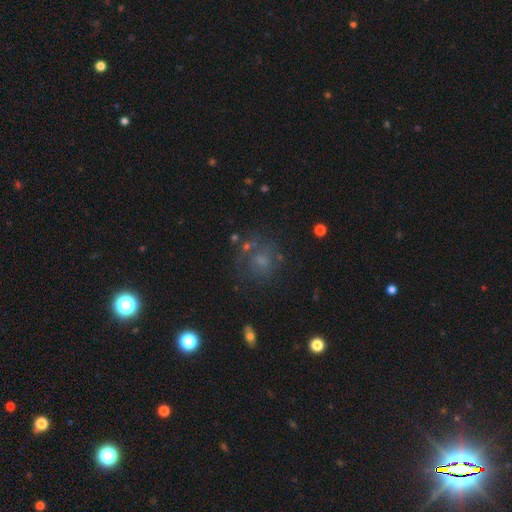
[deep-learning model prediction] Smooth or featured?
  - smooth: 37% *
  - star or artifact: 34%
  - featured or disk: 28%
Merging?
  - none: 67% *
  - minor disturbance: 16%
  - major disturbance: 12%
  - merger: 6%